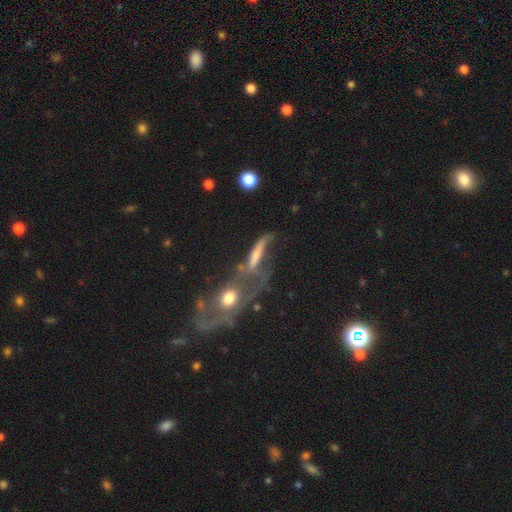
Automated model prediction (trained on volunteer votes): Smooth or featured? Predicted: featured or disk (p=0.60). Edge-on disk? Predicted: no (p=0.69). Merging? Predicted: merger (p=0.49).